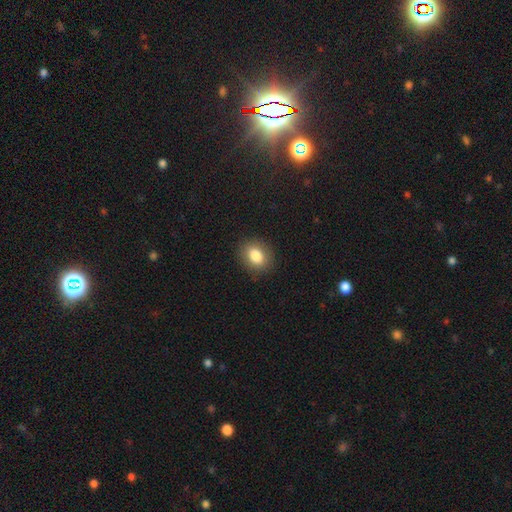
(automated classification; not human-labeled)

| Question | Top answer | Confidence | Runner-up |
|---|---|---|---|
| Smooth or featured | smooth | 84% | star or artifact (9%) |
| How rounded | in between | 59% | round (40%) |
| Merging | none | 87% | minor disturbance (9%) |